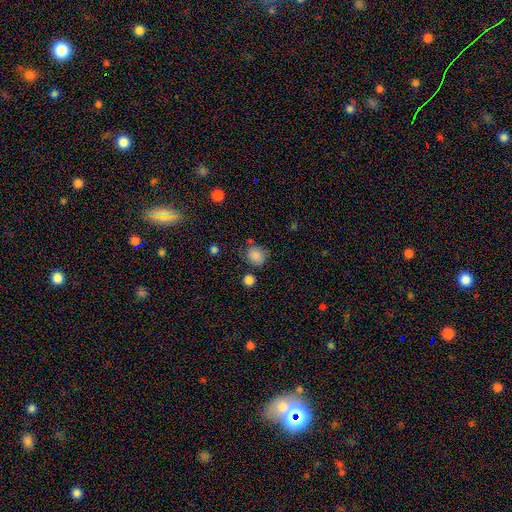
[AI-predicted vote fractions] Q: Smooth or featured?
A: smooth (84%); runner-up: star or artifact (11%)
Q: How rounded?
A: round (68%); runner-up: in between (31%)
Q: Merging?
A: none (68%); runner-up: minor disturbance (19%)